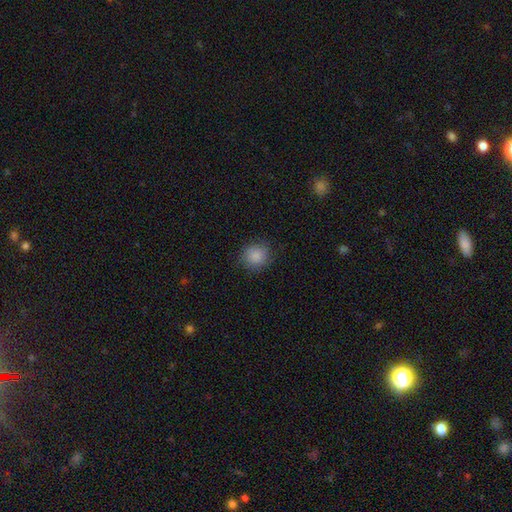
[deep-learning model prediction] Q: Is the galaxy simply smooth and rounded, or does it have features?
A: smooth — 87%.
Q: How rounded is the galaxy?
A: round — 88%.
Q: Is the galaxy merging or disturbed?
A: none — 84%.